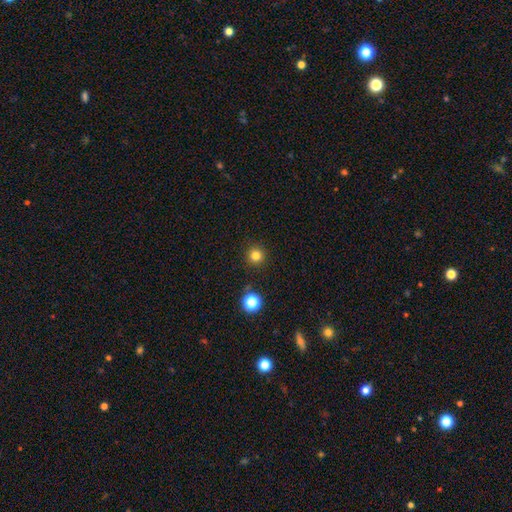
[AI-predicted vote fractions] smooth-or-featured: smooth: 80% | star or artifact: 15% | featured or disk: 5%
  how-rounded: round: 96% | in between: 3% | cigar-shaped: 1%
  merging: none: 91% | minor disturbance: 5% | major disturbance: 2% | merger: 2%